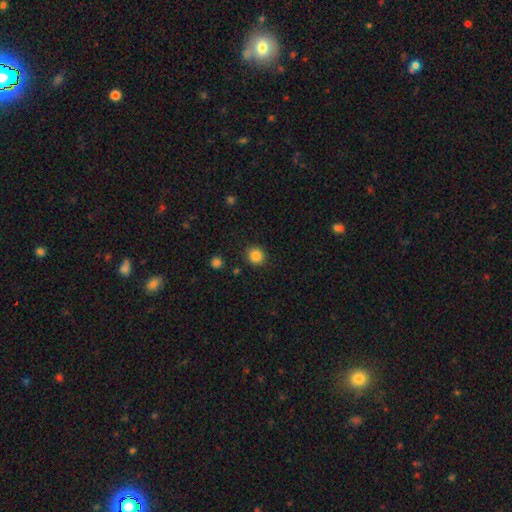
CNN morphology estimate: This is clearly a smooth galaxy (85%). How rounded: clearly round (89%). Merging: clearly none (90%).